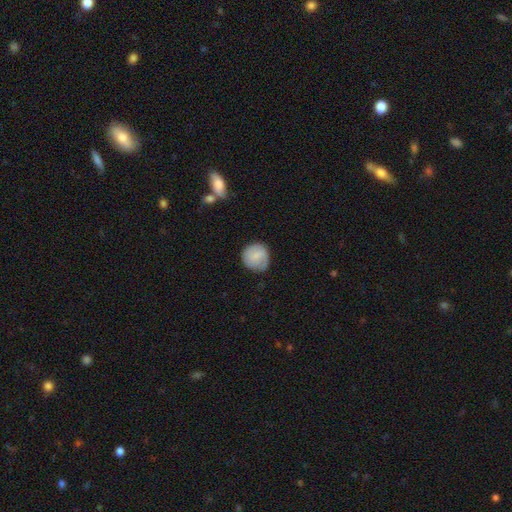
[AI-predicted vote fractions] This is likely a smooth galaxy (64%). How rounded: clearly round (89%). Merging: likely none (72%).